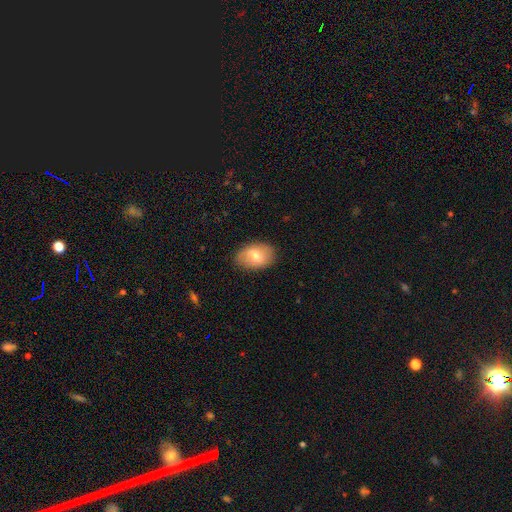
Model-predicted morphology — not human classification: A smooth galaxy with no disk features (64%) that is in between round and cigar-shaped (83%).

Vote fractions:
- Smooth or featured? smooth: 64% / featured or disk: 29% / star or artifact: 7%
- How rounded? in between: 83% / round: 16% / cigar-shaped: 1%
- Merging? none: 81% / minor disturbance: 15% / major disturbance: 3% / merger: 1%